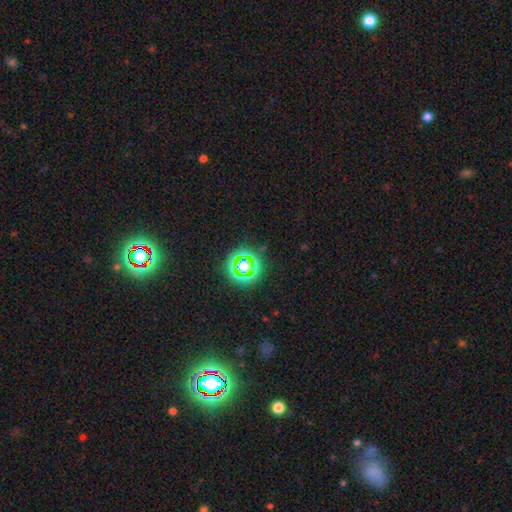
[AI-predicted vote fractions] Morphology: type=star or artifact (65%).